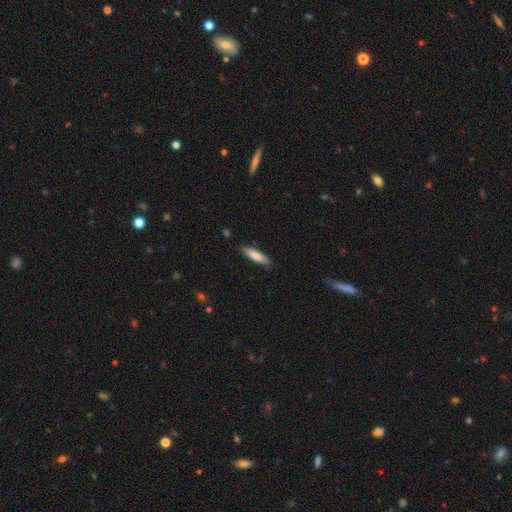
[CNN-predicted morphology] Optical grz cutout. It shows a smooth galaxy with no disk features (77%) that is cigar-shaped (70%). Merging: none (84%).